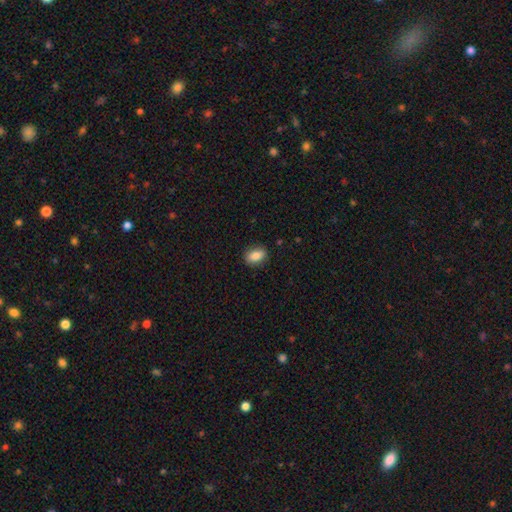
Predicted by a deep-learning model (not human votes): This is clearly a smooth galaxy (83%). How rounded: likely in between (77%). Merging: clearly none (87%).